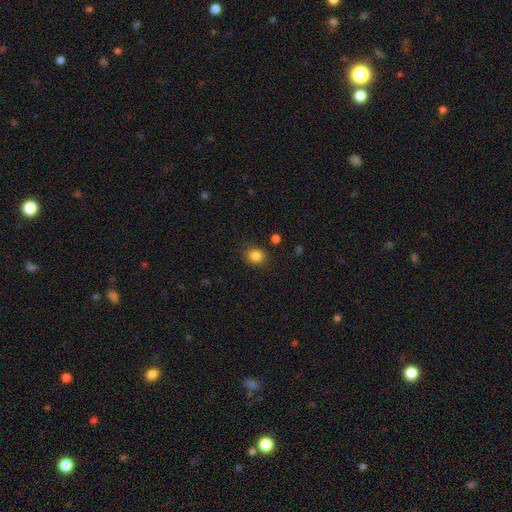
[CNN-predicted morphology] smooth-or-featured: smooth: 85% | star or artifact: 11% | featured or disk: 4%
  how-rounded: round: 72% | in between: 27% | cigar-shaped: 1%
  merging: none: 85% | minor disturbance: 10% | major disturbance: 3% | merger: 2%